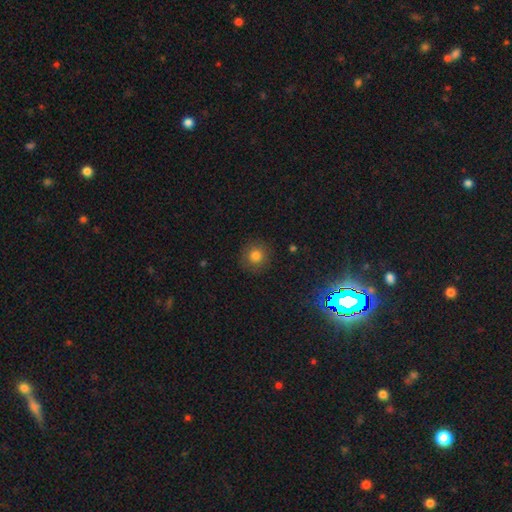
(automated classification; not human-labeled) The model was most divided on "smooth or featured": smooth: 80%, star or artifact: 13%, featured or disk: 7%. More confident: how rounded — round (93%); merging — none (89%).